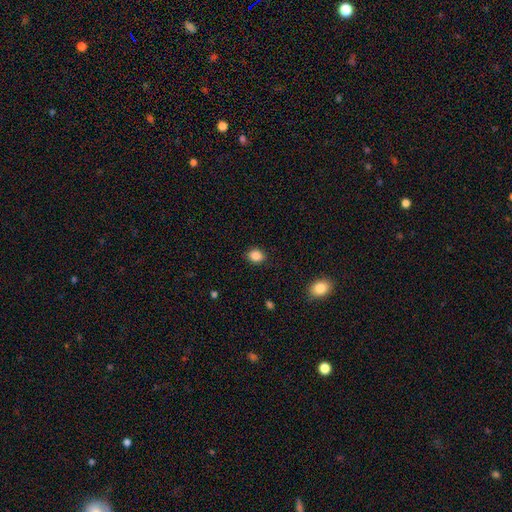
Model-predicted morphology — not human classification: Smooth or featured? Predicted: smooth (p=0.87). How rounded? Predicted: round (p=0.54). Merging? Predicted: none (p=0.88).